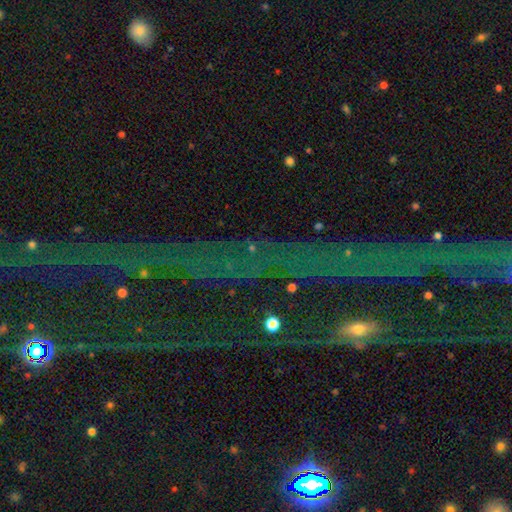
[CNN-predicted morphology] The model was most divided on "smooth or featured": star or artifact: 76%, featured or disk: 13%, smooth: 11%.